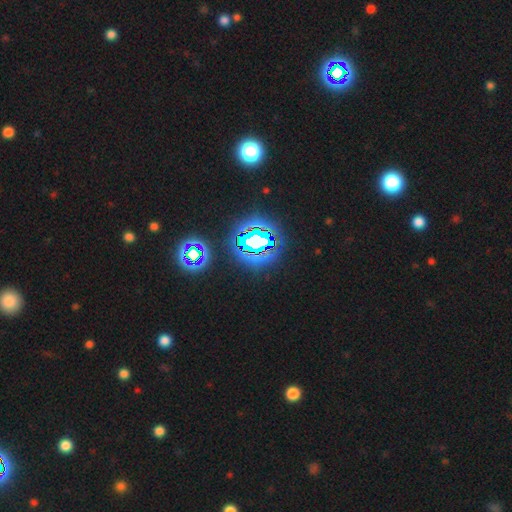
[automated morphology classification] A star or artifact, not a galaxy (82%).

Vote fractions:
- Smooth or featured? star or artifact: 82% / smooth: 12% / featured or disk: 6%